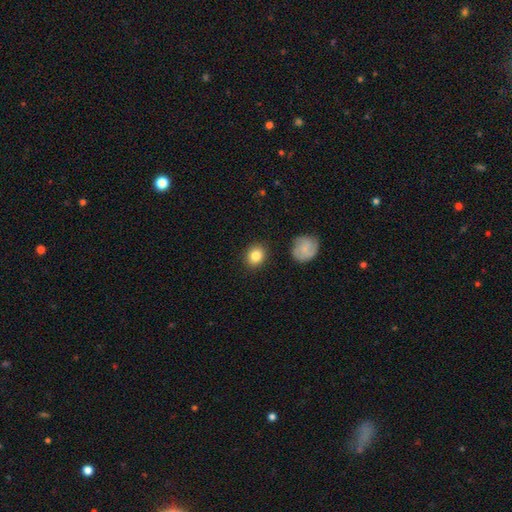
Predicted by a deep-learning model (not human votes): Smooth or featured? Predicted: smooth (p=0.84). How rounded? Predicted: round (p=0.74). Merging? Predicted: none (p=0.88).